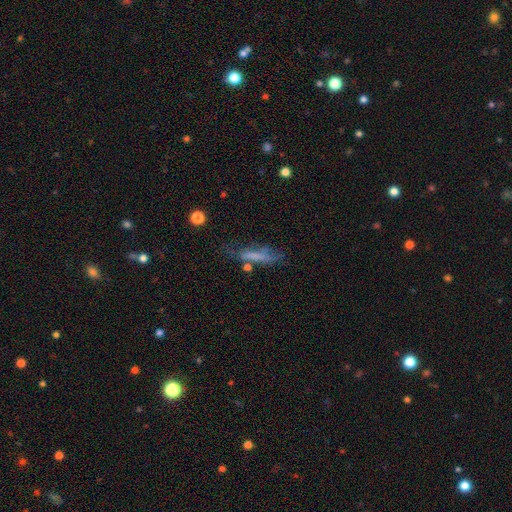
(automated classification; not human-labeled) A smooth galaxy with no disk features (53%) that is cigar-shaped (79%).

Vote fractions:
- Smooth or featured? smooth: 53% / featured or disk: 35% / star or artifact: 12%
- How rounded? cigar-shaped: 79% / in between: 19% / round: 3%
- Merging? none: 48% / minor disturbance: 27% / major disturbance: 18% / merger: 7%